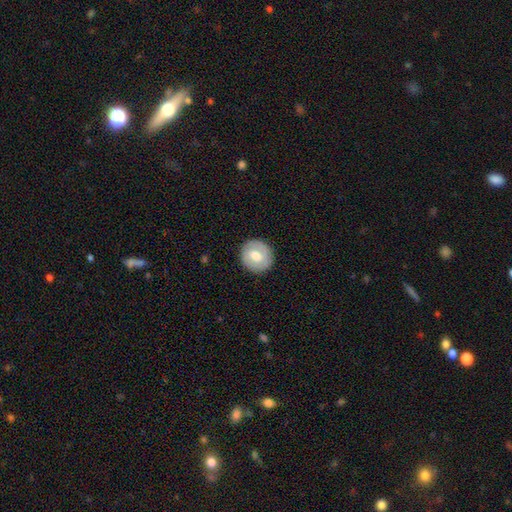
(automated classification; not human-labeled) Morphology: type=smooth (59%); roundness=round (85%); merging=none (88%).